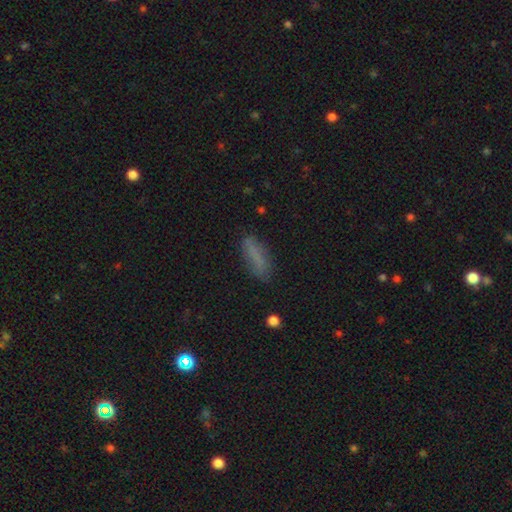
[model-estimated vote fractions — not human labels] The model was most divided on "how rounded": cigar-shaped: 51%, in between: 47%, round: 2%. More confident: merging — none (77%); smooth or featured — smooth (76%).